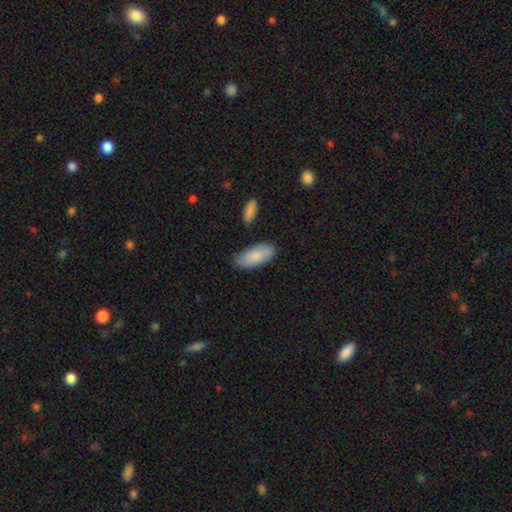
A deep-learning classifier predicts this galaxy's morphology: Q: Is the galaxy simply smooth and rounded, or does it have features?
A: smooth — 85%.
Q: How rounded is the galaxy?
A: in between — 88%.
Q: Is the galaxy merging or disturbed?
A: none — 80%.